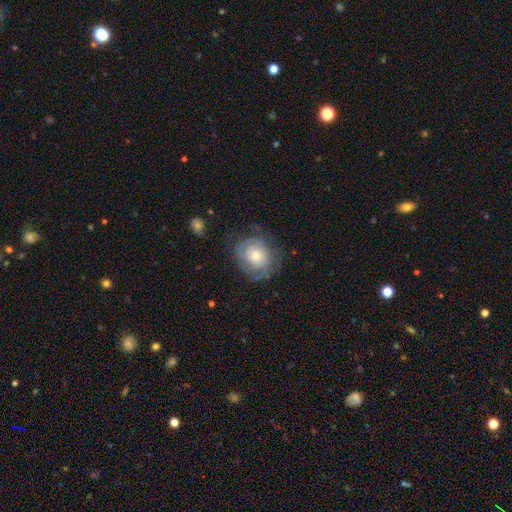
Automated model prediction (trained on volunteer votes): A featured or disk galaxy (50%). Merging: none (66%).